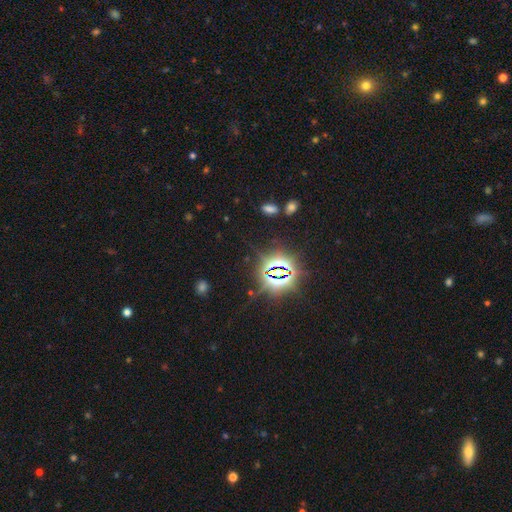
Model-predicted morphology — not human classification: Smooth or featured: star or artifact — 82% (smooth — 12%)